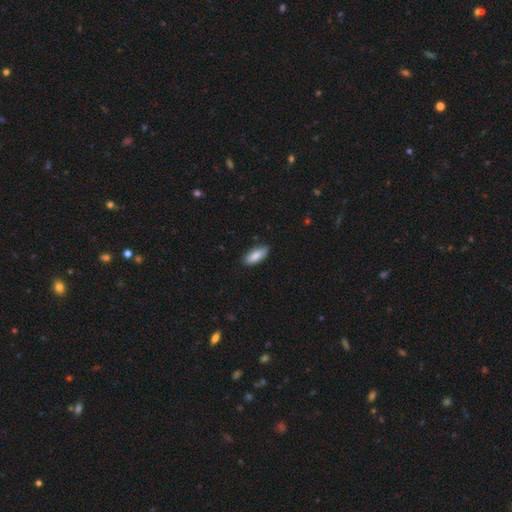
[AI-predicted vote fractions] The model was most divided on "how rounded": in between: 77%, cigar-shaped: 21%, round: 2%. More confident: merging — none (85%); smooth or featured — smooth (84%).